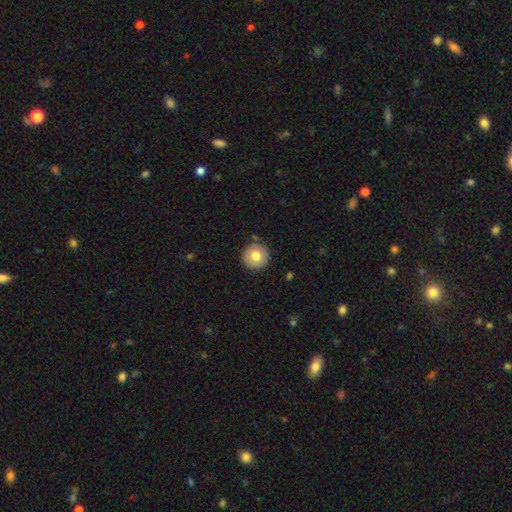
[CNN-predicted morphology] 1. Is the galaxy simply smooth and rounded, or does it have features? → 75% smooth, 17% featured or disk, 8% star or artifact.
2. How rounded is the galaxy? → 96% round, 4% in between, 1% cigar-shaped.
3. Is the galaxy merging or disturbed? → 88% none, 8% minor disturbance, 2% merger, 2% major disturbance.